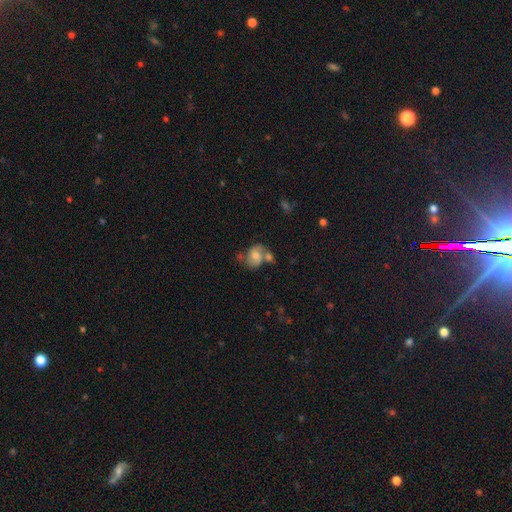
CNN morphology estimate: smooth-or-featured: featured or disk: 50% | smooth: 41% | star or artifact: 10%
  merging: none: 39% | merger: 31% | minor disturbance: 19% | major disturbance: 11%